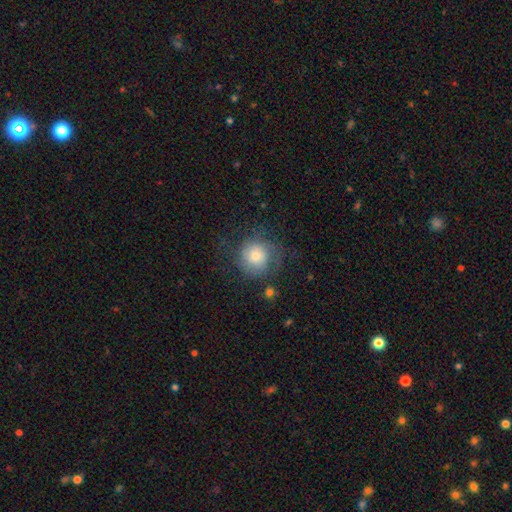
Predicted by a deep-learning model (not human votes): Smooth or featured?
  - smooth: 61% *
  - featured or disk: 30%
  - star or artifact: 9%
How rounded?
  - round: 89% *
  - in between: 10%
  - cigar-shaped: 1%
Merging?
  - none: 63% *
  - minor disturbance: 20%
  - major disturbance: 15%
  - merger: 2%